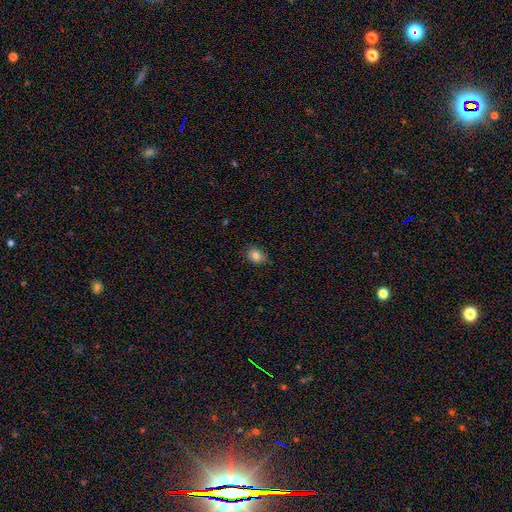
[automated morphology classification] A smooth galaxy with no disk features (82%) that is in between round and cigar-shaped (57%).

Vote fractions:
- Smooth or featured? smooth: 82% / star or artifact: 10% / featured or disk: 7%
- How rounded? in between: 57% / round: 42% / cigar-shaped: 1%
- Merging? none: 81% / minor disturbance: 15% / major disturbance: 3% / merger: 1%